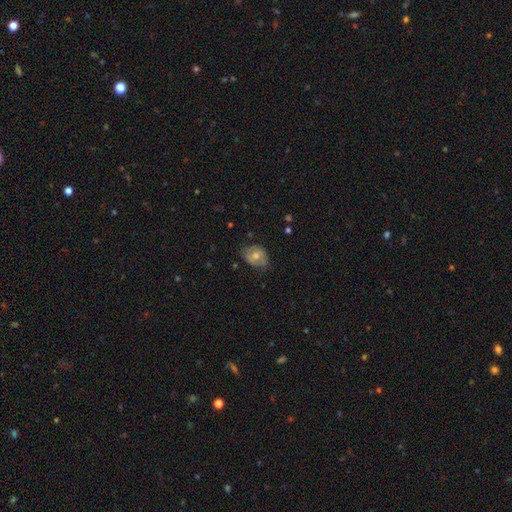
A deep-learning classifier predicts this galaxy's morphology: A smooth galaxy with no disk features (48%). Merging: none (74%).